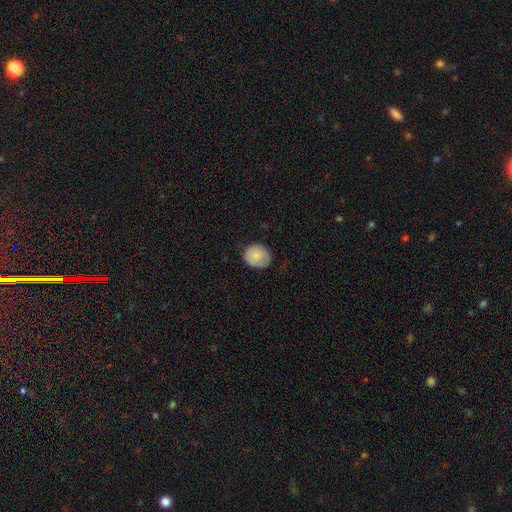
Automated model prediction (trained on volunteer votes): A smooth galaxy with no disk features (85%) that is round (61%).

Vote fractions:
- Smooth or featured? smooth: 85% / featured or disk: 8% / star or artifact: 7%
- How rounded? round: 61% / in between: 38% / cigar-shaped: 1%
- Merging? none: 73% / minor disturbance: 22% / major disturbance: 4% / merger: 1%